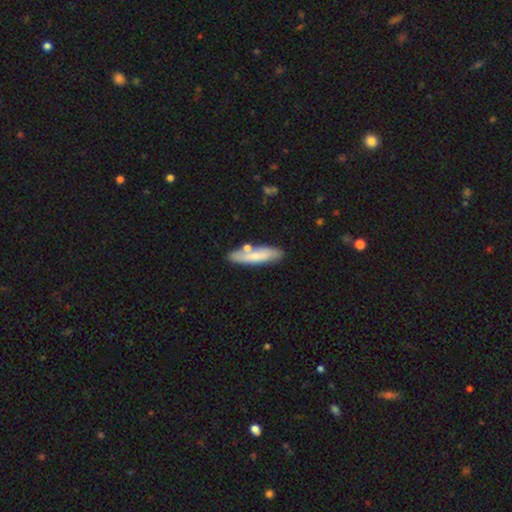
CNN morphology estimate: smooth-or-featured: smooth: 66% | featured or disk: 28% | star or artifact: 6%
  how-rounded: cigar-shaped: 72% | in between: 26% | round: 2%
  merging: none: 73% | minor disturbance: 14% | merger: 10% | major disturbance: 3%